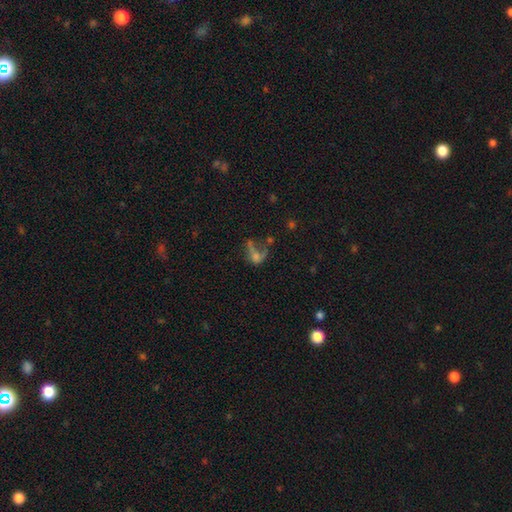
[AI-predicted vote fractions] Morphology: type=featured or disk (39%); merging=major disturbance (45%).